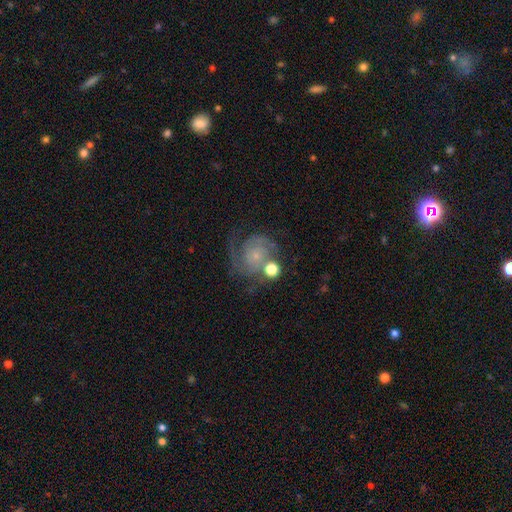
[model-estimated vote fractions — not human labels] Morphology: type=featured or disk (80%); edge-on=no (98%); bar=no (76%); spiral arms=yes (96%); winding=tight (46%); arm count=2 (58%); bulge=small (72%); merging=none (56%).